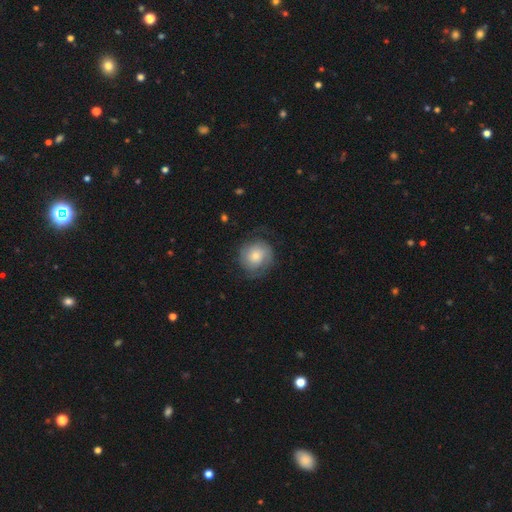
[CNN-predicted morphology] Smooth or featured? Predicted: featured or disk (p=0.50). Edge-on disk? Predicted: no (p=0.98). Merging? Predicted: none (p=0.68).